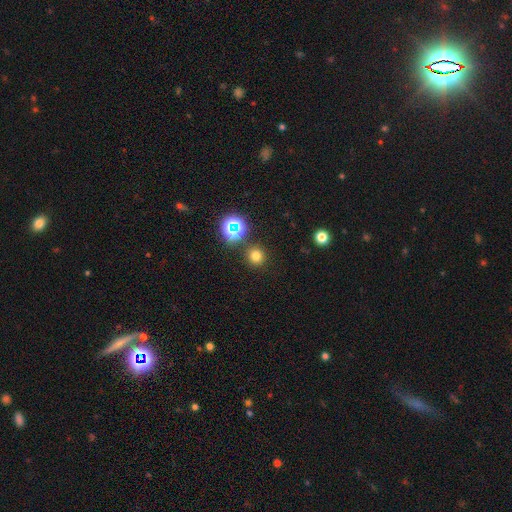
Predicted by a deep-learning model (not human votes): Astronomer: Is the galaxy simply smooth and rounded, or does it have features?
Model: smooth — 73%.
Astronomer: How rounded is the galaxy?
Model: round — 94%.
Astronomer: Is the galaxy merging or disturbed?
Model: none — 88%.